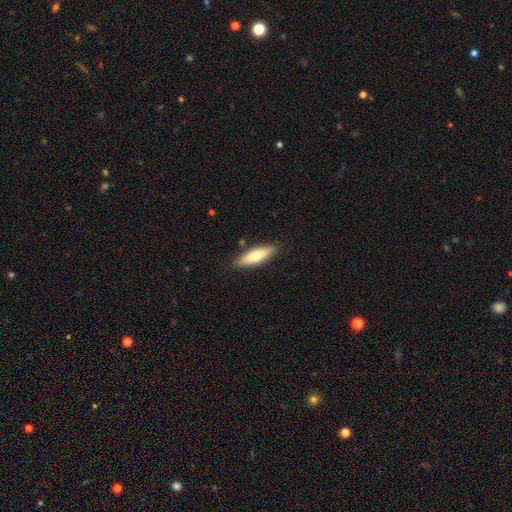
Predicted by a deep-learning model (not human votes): Smooth or featured? smooth (65%)
How rounded? cigar-shaped (51%)
Merging? none (86%)